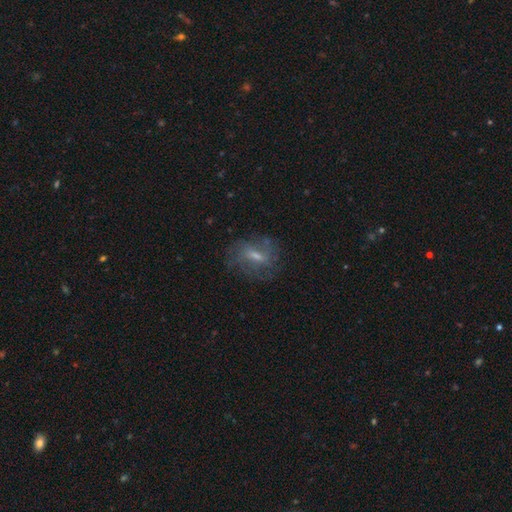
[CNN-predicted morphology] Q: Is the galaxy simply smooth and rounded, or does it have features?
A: featured or disk — 60%.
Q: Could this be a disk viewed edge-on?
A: no — 92%.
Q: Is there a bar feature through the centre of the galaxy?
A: weak — 52%.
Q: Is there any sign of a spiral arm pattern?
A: yes — 73%.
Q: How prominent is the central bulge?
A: moderate — 42%.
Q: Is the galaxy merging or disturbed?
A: none — 68%.